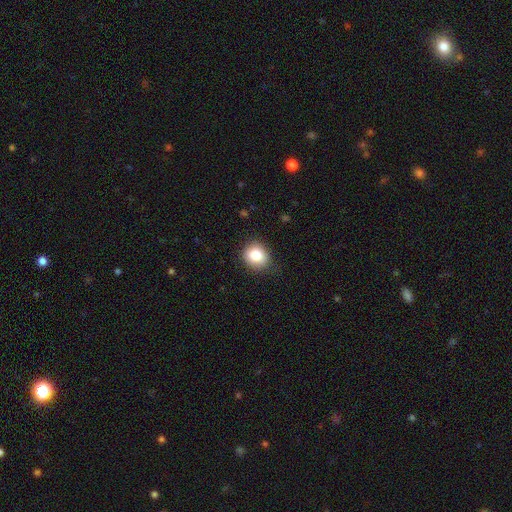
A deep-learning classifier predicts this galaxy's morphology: smooth-or-featured: smooth: 84% | star or artifact: 9% | featured or disk: 7%
  how-rounded: round: 76% | in between: 23% | cigar-shaped: 1%
  merging: none: 82% | minor disturbance: 14% | major disturbance: 3% | merger: 1%